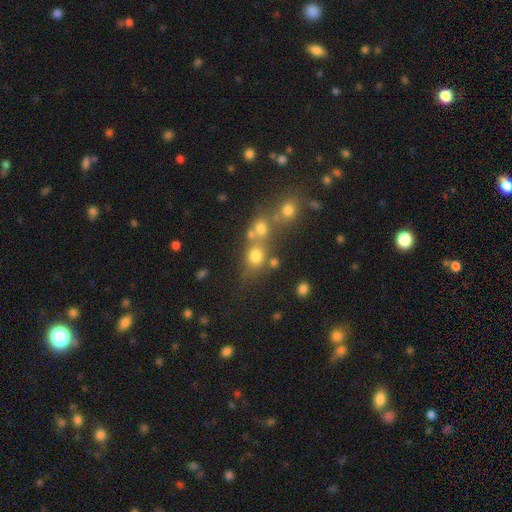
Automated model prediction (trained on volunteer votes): The model was most divided on "merging": none: 49%, merger: 34%, minor disturbance: 10%, major disturbance: 6%. More confident: how rounded — round (71%); smooth or featured — smooth (69%).